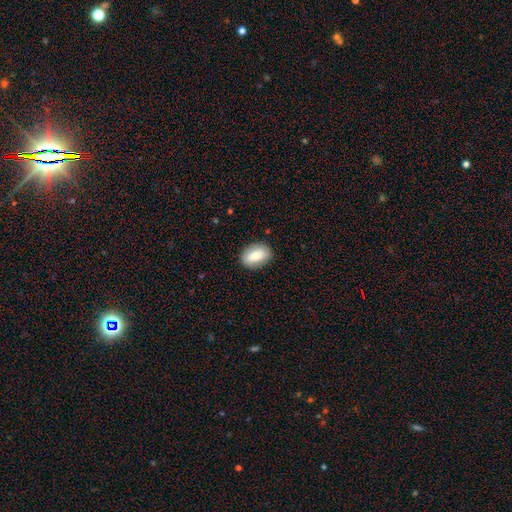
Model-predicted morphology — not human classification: Overall: smooth (69%). How rounded: in between (83%). Merging: none (84%).